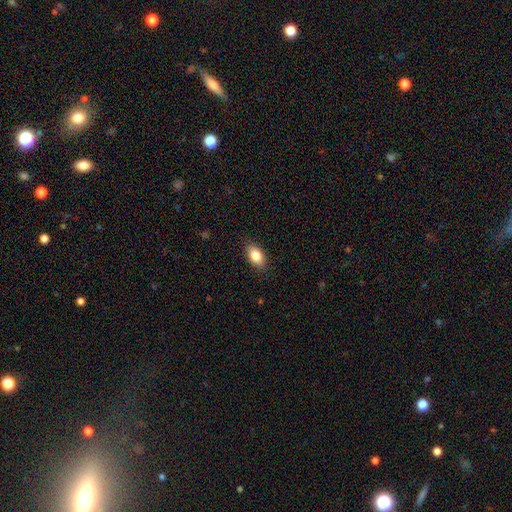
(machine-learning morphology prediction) The model was most divided on "smooth or featured": smooth: 84%, featured or disk: 9%, star or artifact: 7%. More confident: how rounded — in between (90%); merging — none (86%).